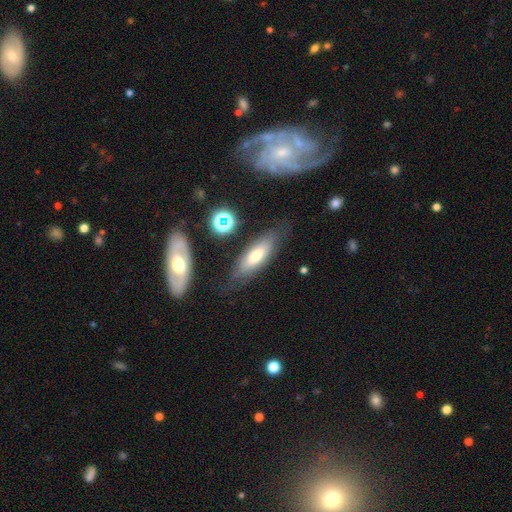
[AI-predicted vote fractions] Q: Smooth or featured?
A: smooth (57%); runner-up: featured or disk (33%)
Q: How rounded?
A: in between (61%); runner-up: cigar-shaped (36%)
Q: Merging?
A: none (72%); runner-up: minor disturbance (18%)